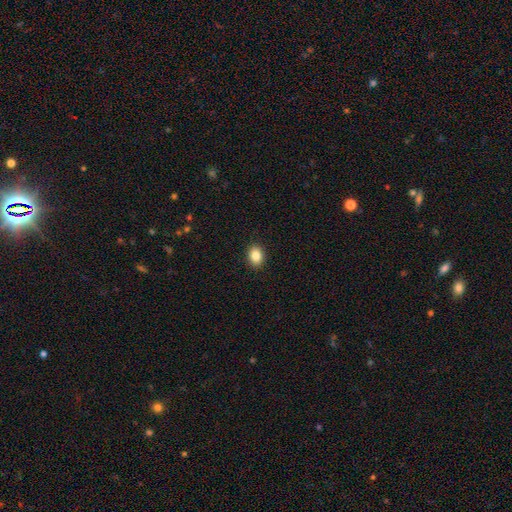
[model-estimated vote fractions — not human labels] The model was most divided on "how rounded": in between: 64%, round: 35%, cigar-shaped: 1%. More confident: merging — none (91%); smooth or featured — smooth (86%).